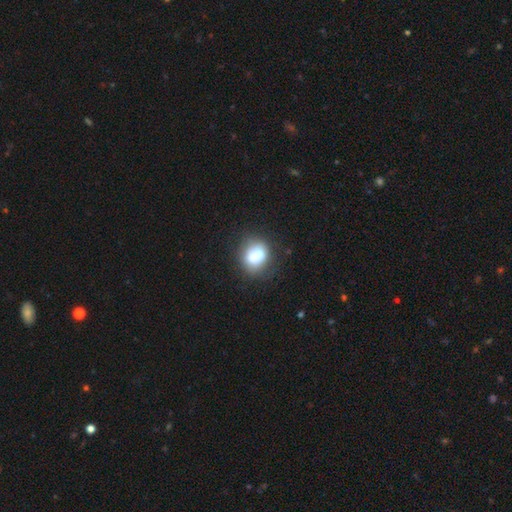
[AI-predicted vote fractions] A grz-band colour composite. It shows a smooth galaxy with no disk features (77%) that is round (61%). Merging: none (58%).